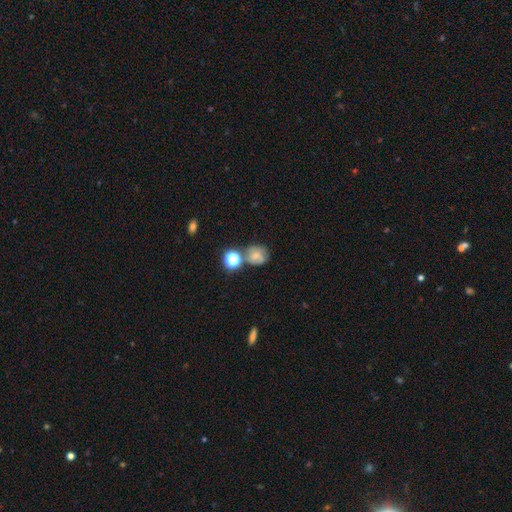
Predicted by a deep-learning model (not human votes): This is possibly a smooth galaxy (57%). How rounded: likely round (69%). Merging: possibly none (49%).